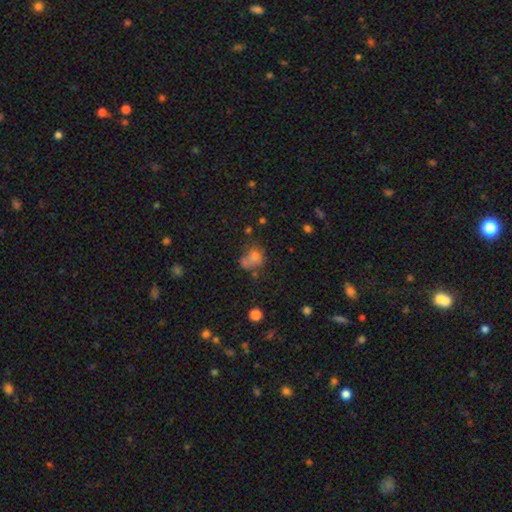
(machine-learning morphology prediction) smooth-or-featured: smooth: 63% | star or artifact: 23% | featured or disk: 14%
  how-rounded: round: 59% | in between: 39% | cigar-shaped: 2%
  merging: none: 40% | merger: 29% | minor disturbance: 18% | major disturbance: 13%